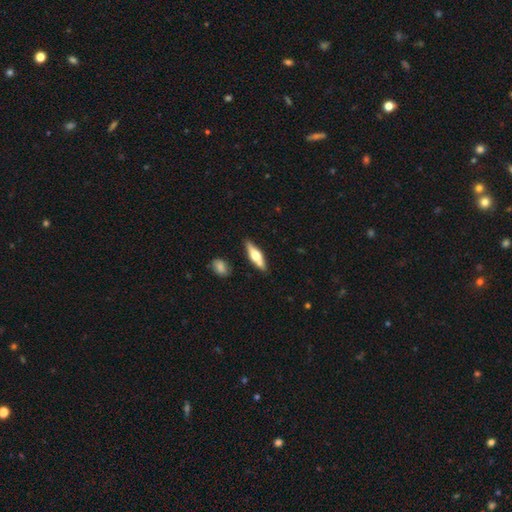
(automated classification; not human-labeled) Overall: featured or disk (51%; smooth 44%). Edge-on disk: yes (91%). Merging: none (80%).